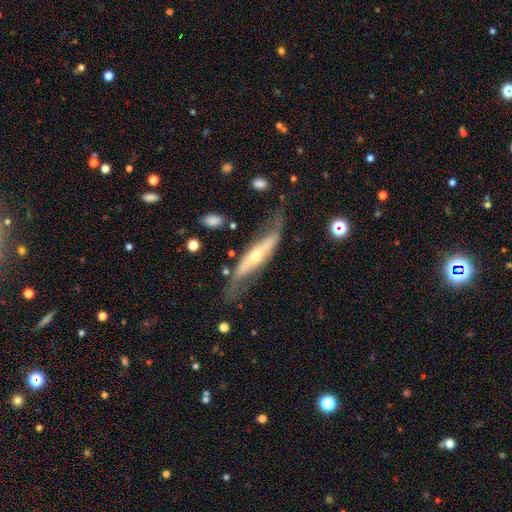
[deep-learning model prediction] Morphology: type=featured or disk (72%); edge-on=yes (50%, tied with no); merging=none (57%).